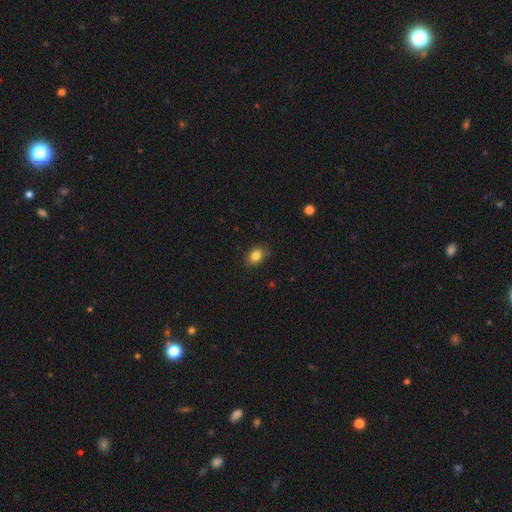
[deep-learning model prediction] A smooth galaxy with no disk features (84%) that is in between round and cigar-shaped (66%).

Vote fractions:
- Smooth or featured? smooth: 84% / star or artifact: 10% / featured or disk: 6%
- How rounded? in between: 66% / round: 33% / cigar-shaped: 1%
- Merging? none: 87% / minor disturbance: 10% / major disturbance: 2% / merger: 1%